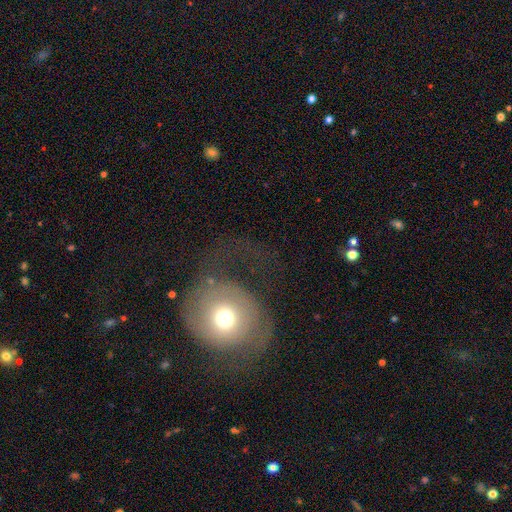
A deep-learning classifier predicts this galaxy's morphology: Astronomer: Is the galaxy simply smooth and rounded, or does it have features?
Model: featured or disk — 61%.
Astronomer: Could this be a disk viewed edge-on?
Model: no — 97%.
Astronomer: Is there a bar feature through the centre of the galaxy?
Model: no — 73%.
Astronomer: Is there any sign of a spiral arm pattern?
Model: yes — 79%.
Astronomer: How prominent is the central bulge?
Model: moderate — 65%.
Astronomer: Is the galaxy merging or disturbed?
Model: none — 54%.